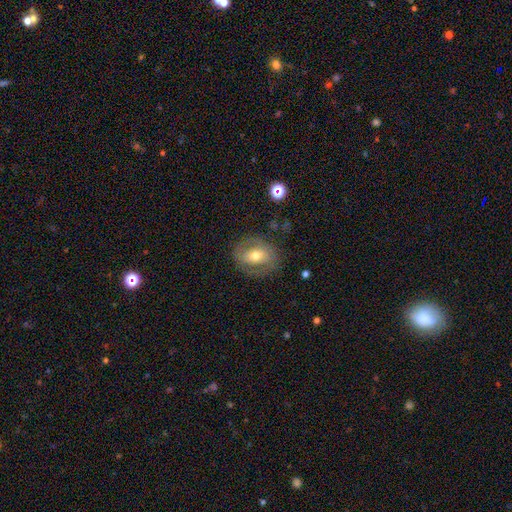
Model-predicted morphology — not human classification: Smooth or featured? smooth (46%, tied with featured or disk)
Merging? none (73%)